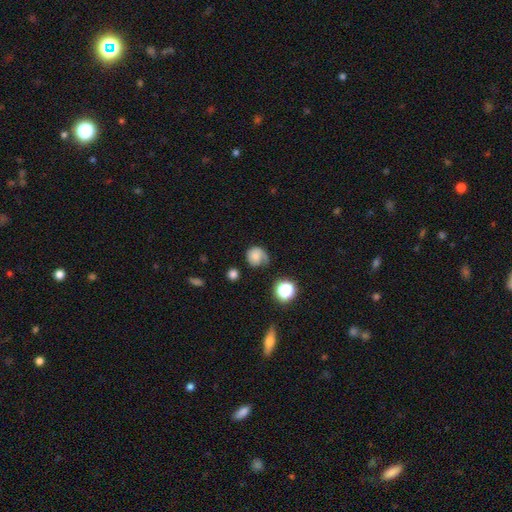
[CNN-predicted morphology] The model was most divided on "merging": none: 48%, minor disturbance: 29%, major disturbance: 18%, merger: 4%. More confident: how rounded — round (82%); smooth or featured — smooth (64%).